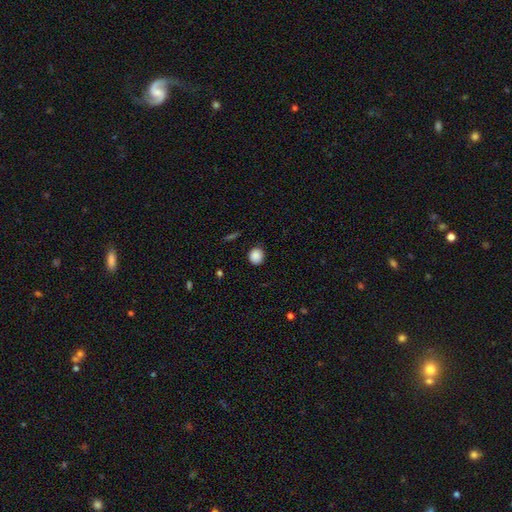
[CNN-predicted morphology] Smooth or featured? smooth (88%)
How rounded? round (83%)
Merging? none (89%)